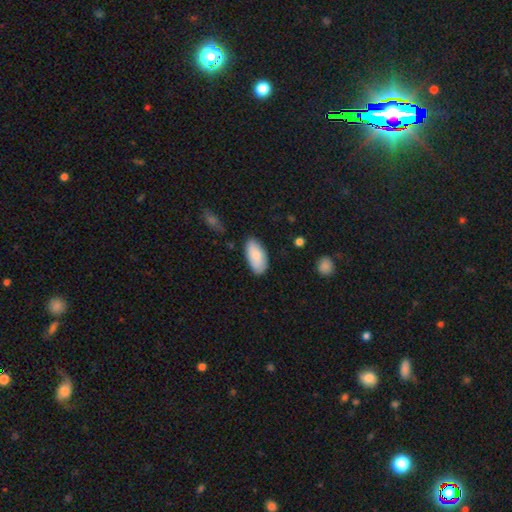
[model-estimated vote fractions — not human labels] Smooth or featured? Predicted: smooth (p=0.79). How rounded? Predicted: in between (p=0.94). Merging? Predicted: none (p=0.79).